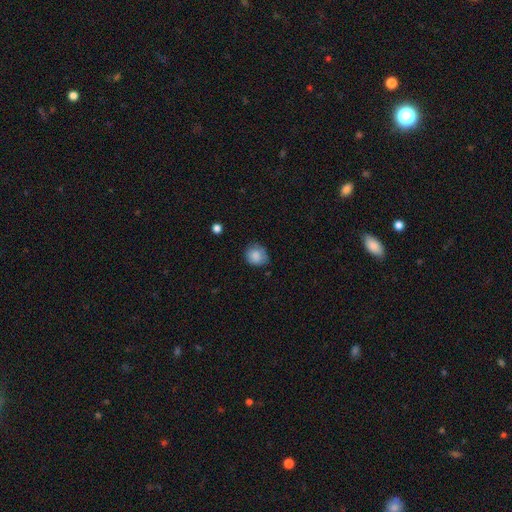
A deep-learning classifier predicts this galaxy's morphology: A smooth galaxy with no disk features (83%) that is round (77%). Merging: none (67%).